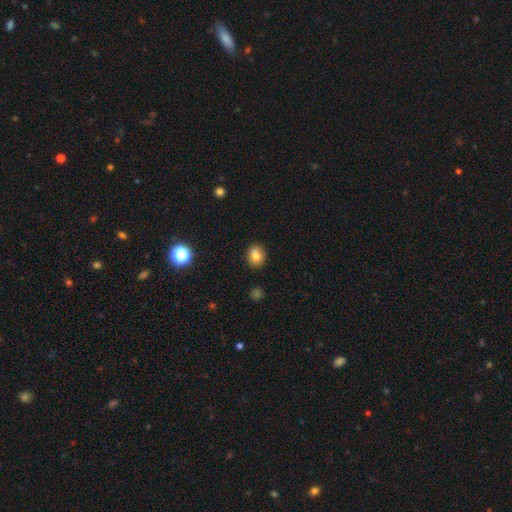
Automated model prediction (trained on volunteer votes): Smooth or featured? Predicted: smooth (p=0.79). How rounded? Predicted: round (p=0.63). Merging? Predicted: none (p=0.81).